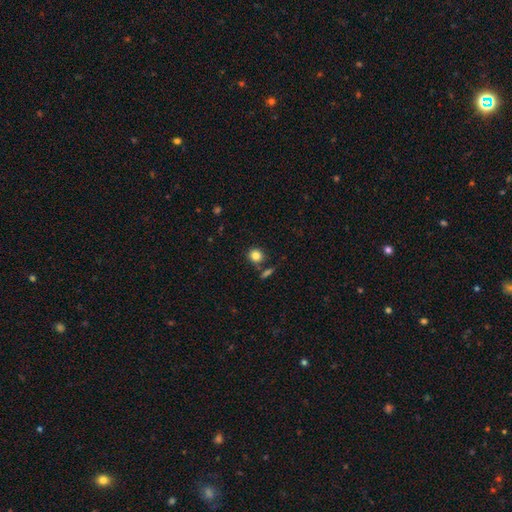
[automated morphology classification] The model was most divided on "merging": none: 79%, minor disturbance: 9%, merger: 9%, major disturbance: 3%. More confident: how rounded — round (86%); smooth or featured — smooth (83%).